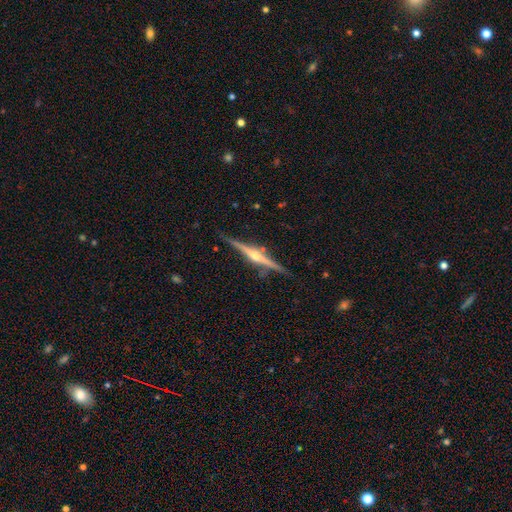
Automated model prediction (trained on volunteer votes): Overall: featured or disk (87%). Edge-on disk: yes (98%). Edge-on bulge: rounded (92%). Merging: none (88%).